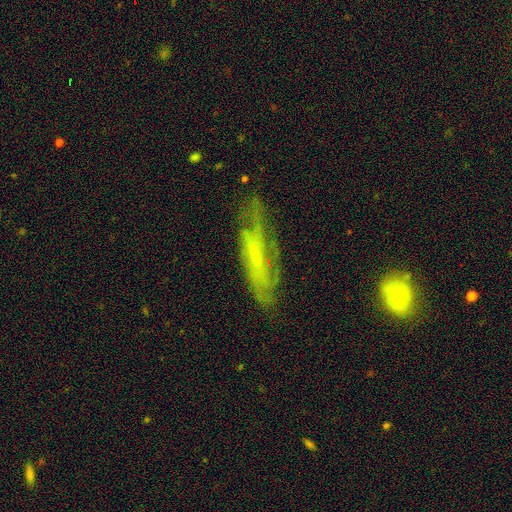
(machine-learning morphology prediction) featured or disk 68%, smooth 24%, star or artifact 9%. Down the decision tree: edge-on disk — no (68%); merging — none (62%).